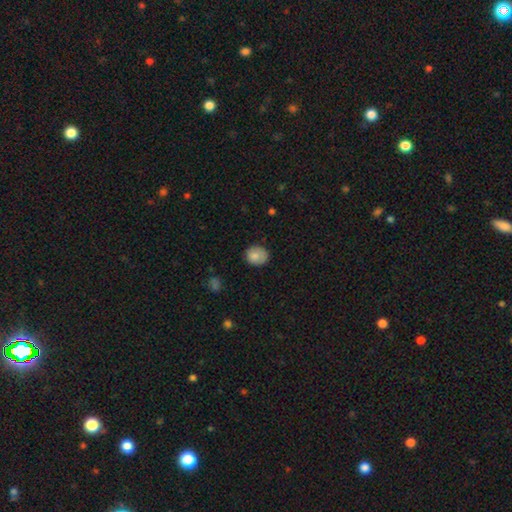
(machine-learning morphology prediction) smooth_or_featured: smooth (p=0.84) [alt: star or artifact p=0.08]
how_rounded: round (p=0.73) [alt: in between p=0.26]
merging: none (p=0.79) [alt: minor disturbance p=0.17]